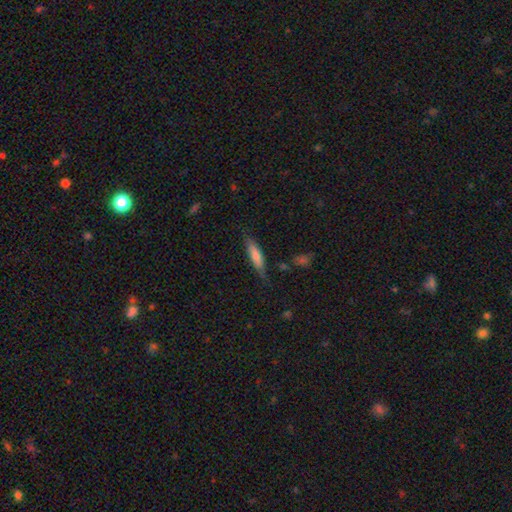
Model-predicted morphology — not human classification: This appears to be a smooth galaxy with no disk features (68%) that is cigar-shaped (79%). Merging: none (75%).